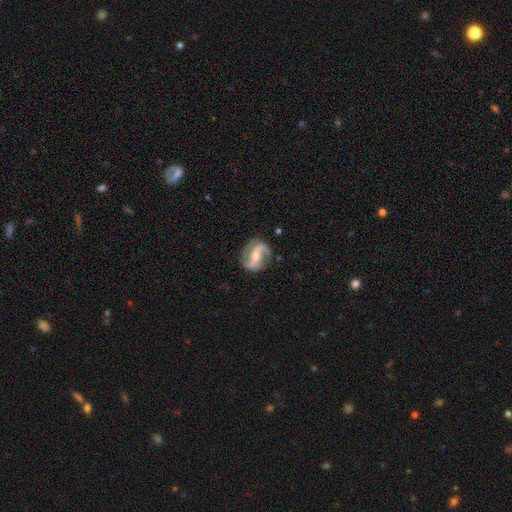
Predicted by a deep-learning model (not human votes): This appears to be a featured or disk galaxy (89%) with a strong bar (45%), 2 (93%) loose (52%) spiral arms (96%) and a moderate central bulge (52%). Merging: none (83%).